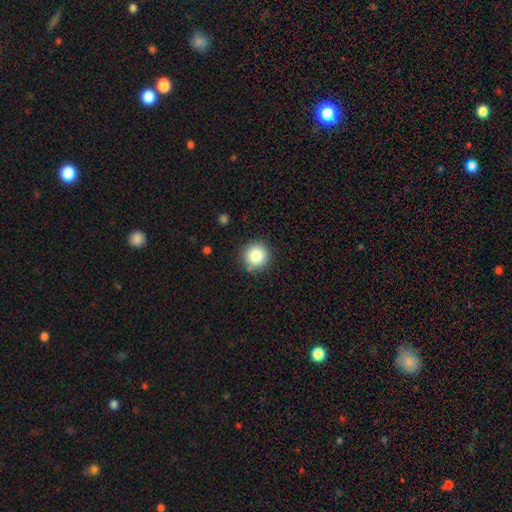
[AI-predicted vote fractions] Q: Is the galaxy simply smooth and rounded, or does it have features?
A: smooth — 82%.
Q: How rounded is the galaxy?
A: round — 95%.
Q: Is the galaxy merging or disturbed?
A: none — 87%.